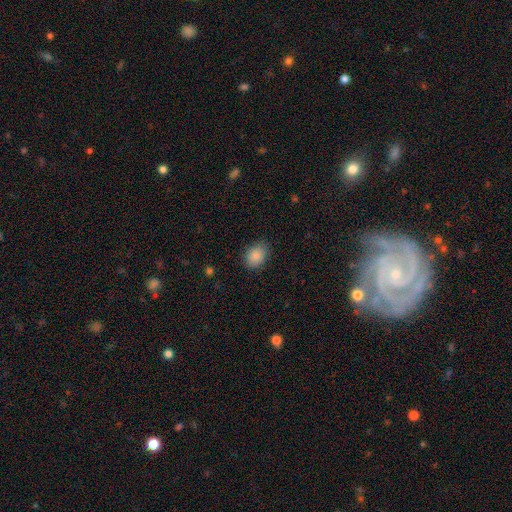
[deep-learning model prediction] smooth 87%, star or artifact 8%, featured or disk 4%. Down the decision tree: how rounded — in between (69%); merging — none (83%).